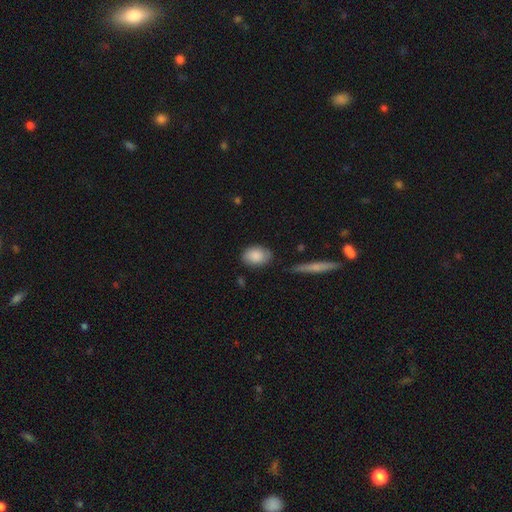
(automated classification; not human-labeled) Morphology: type=smooth (88%); roundness=in between (82%); merging=none (81%).